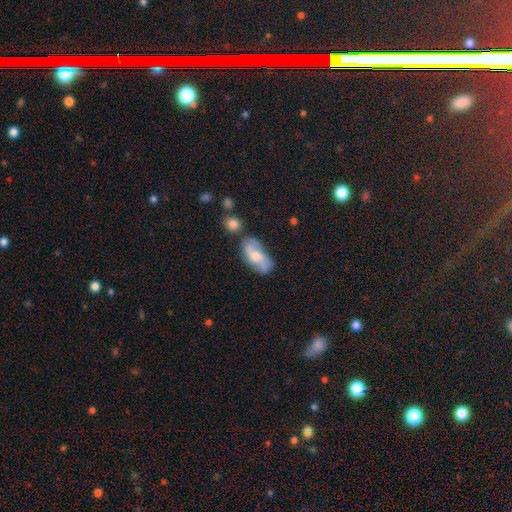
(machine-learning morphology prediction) A featured or disk galaxy (49%).

Vote fractions:
- Smooth or featured? featured or disk: 49% / smooth: 44% / star or artifact: 7%
- Merging? none: 54% / minor disturbance: 25% / merger: 12% / major disturbance: 9%